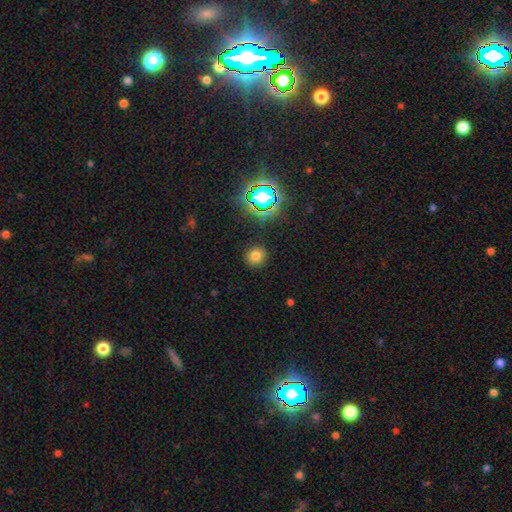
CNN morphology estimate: A smooth galaxy with no disk features (74%) that is round (83%). Merging: none (88%).